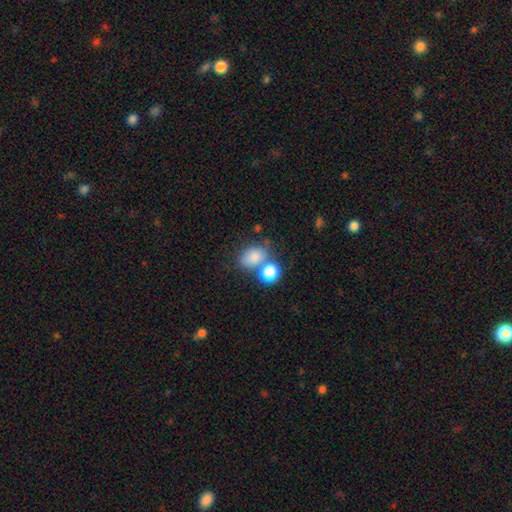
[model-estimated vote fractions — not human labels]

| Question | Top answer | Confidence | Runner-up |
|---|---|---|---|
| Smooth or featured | smooth | 80% | star or artifact (12%) |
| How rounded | in between | 60% | round (39%) |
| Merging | none | 48% | merger (33%) |